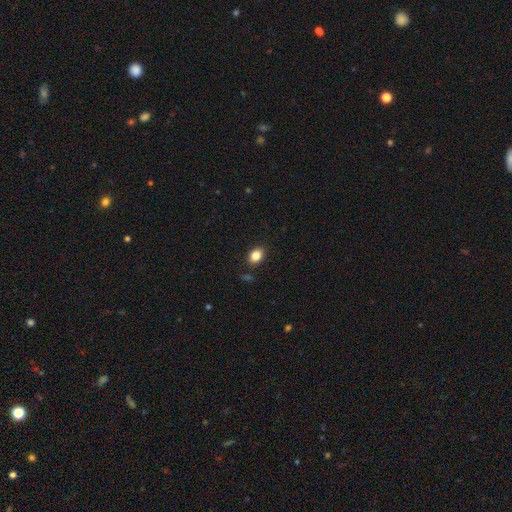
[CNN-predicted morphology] A smooth galaxy with no disk features (85%) that is in between round and cigar-shaped (66%). Merging: none (87%).